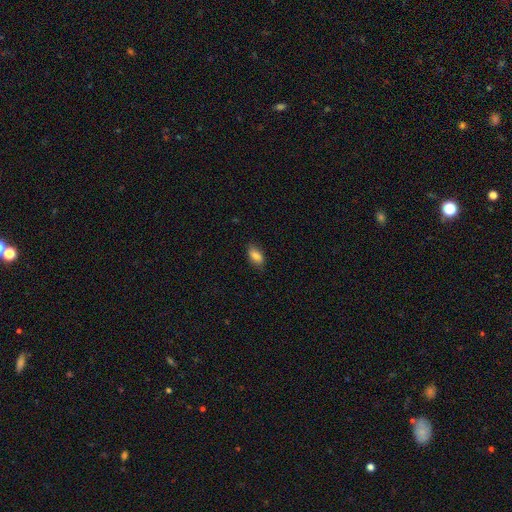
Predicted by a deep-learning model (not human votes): Smooth or featured? smooth (84%)
How rounded? in between (89%)
Merging? none (83%)